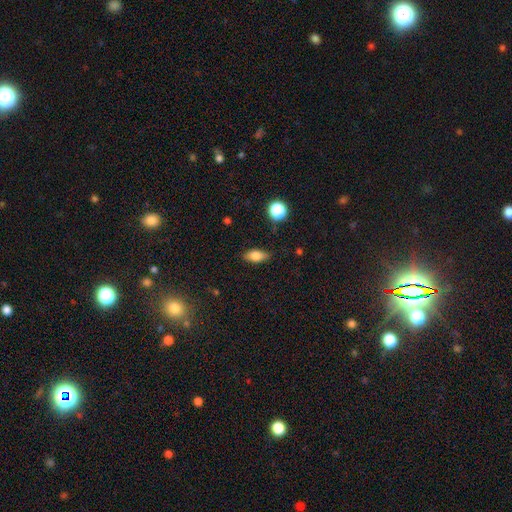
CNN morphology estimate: The model was most divided on "smooth or featured": smooth: 77%, featured or disk: 14%, star or artifact: 9%. More confident: merging — none (84%); how rounded — in between (83%).